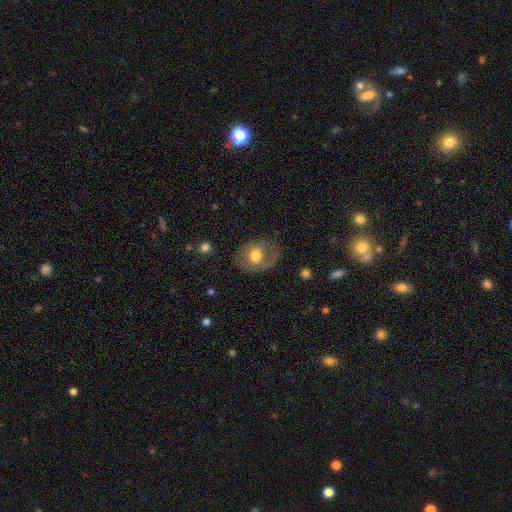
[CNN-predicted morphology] A smooth galaxy with no disk features (53%) that is in between round and cigar-shaped (51%).

Vote fractions:
- Smooth or featured? smooth: 53% / featured or disk: 40% / star or artifact: 7%
- How rounded? in between: 51% / round: 48% / cigar-shaped: 1%
- Merging? none: 65% / minor disturbance: 20% / major disturbance: 13% / merger: 2%